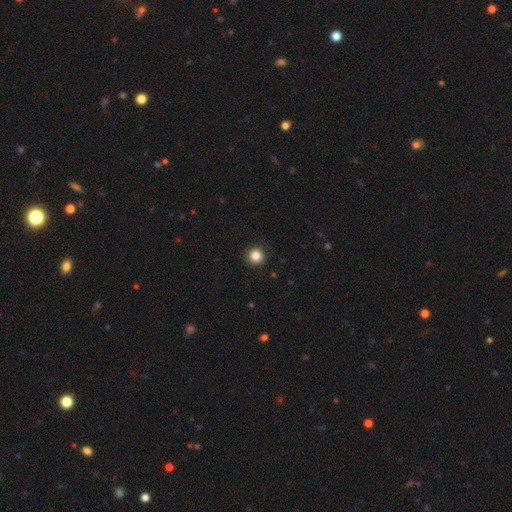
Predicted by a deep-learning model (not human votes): Smooth or featured? Predicted: smooth (p=0.85). How rounded? Predicted: round (p=0.96). Merging? Predicted: none (p=0.93).